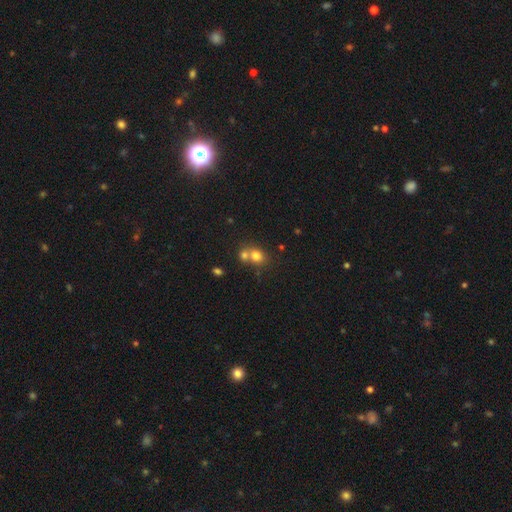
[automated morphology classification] Q: Smooth or featured?
A: smooth (76%); runner-up: star or artifact (13%)
Q: How rounded?
A: round (71%); runner-up: in between (28%)
Q: Merging?
A: merger (51%); runner-up: none (39%)